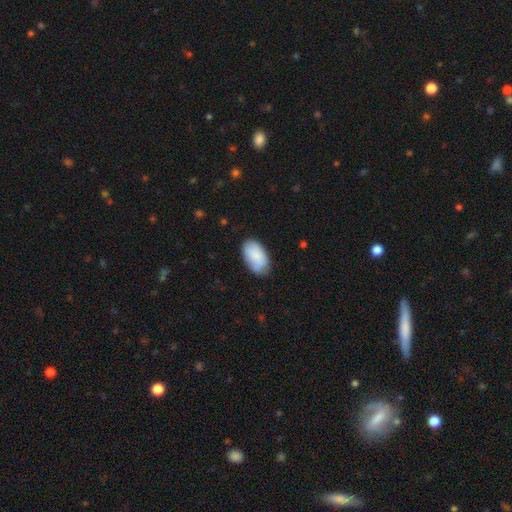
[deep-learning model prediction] Smooth or featured? smooth (85%)
How rounded? in between (95%)
Merging? none (71%)